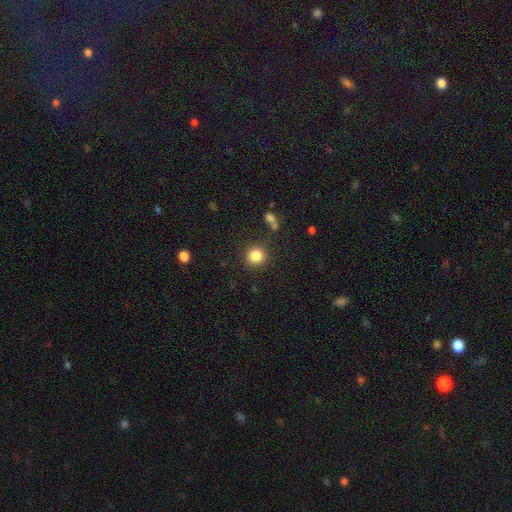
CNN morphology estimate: Smooth or featured: smooth — 84% (star or artifact — 11%)
How rounded: round — 92% (in between — 7%)
Merging: none — 86% (minor disturbance — 8%)